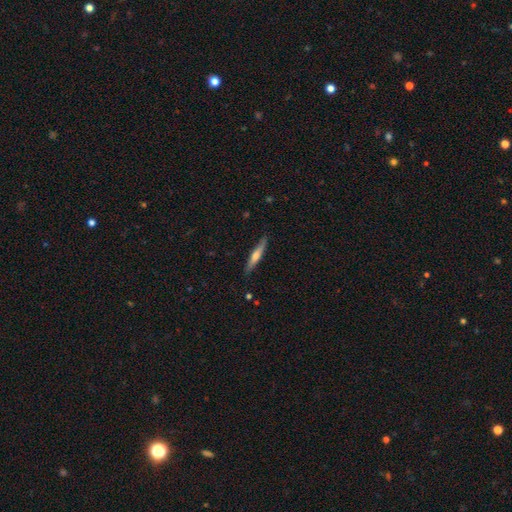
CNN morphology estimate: This appears to be a featured or disk galaxy (48%). Merging: none (87%).